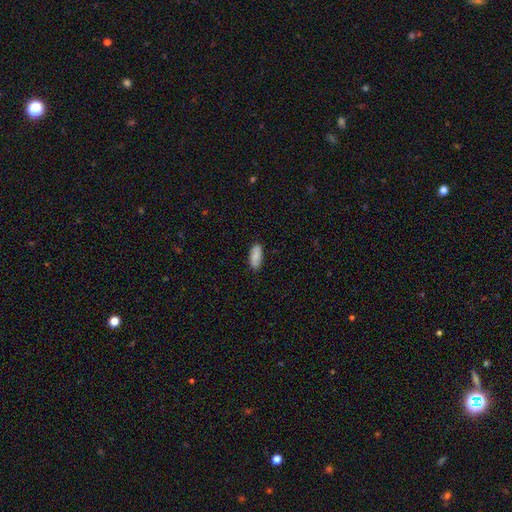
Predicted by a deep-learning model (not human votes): Smooth or featured? Predicted: smooth (p=0.87). How rounded? Predicted: in between (p=0.85). Merging? Predicted: none (p=0.88).